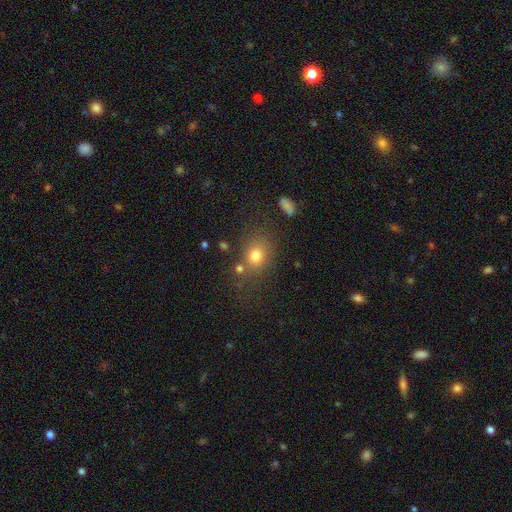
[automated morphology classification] smooth-or-featured: smooth: 76% | star or artifact: 14% | featured or disk: 10%
  how-rounded: round: 55% | in between: 44% | cigar-shaped: 1%
  merging: none: 67% | minor disturbance: 15% | merger: 10% | major disturbance: 8%